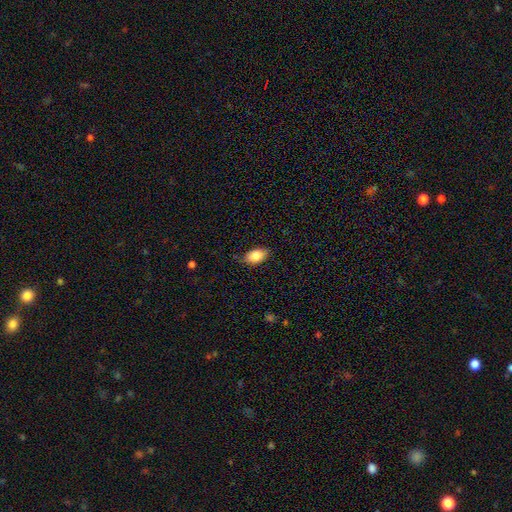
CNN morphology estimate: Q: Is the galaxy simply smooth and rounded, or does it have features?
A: smooth — 86%.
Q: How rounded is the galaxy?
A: in between — 92%.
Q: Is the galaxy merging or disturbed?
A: none — 78%.